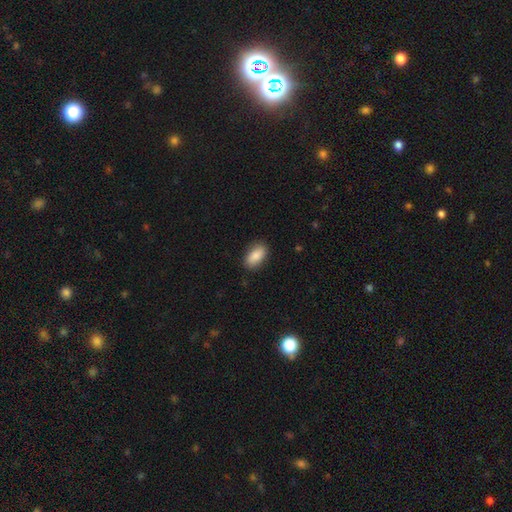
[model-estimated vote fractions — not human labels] A smooth galaxy with no disk features (87%) that is in between round and cigar-shaped (93%). Merging: none (86%).